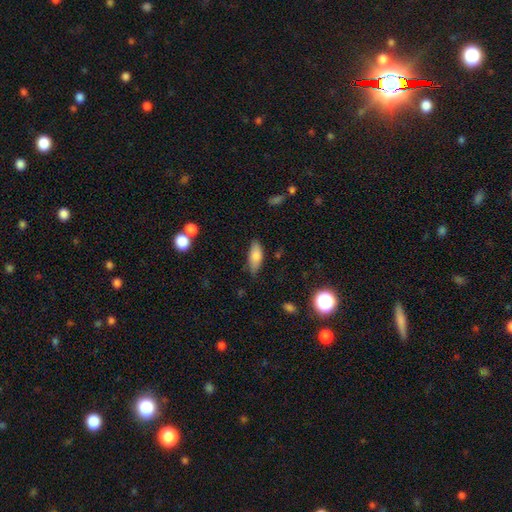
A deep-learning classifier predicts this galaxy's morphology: This appears to be a smooth galaxy with no disk features (79%) that is in between round and cigar-shaped (77%). Merging: none (77%).